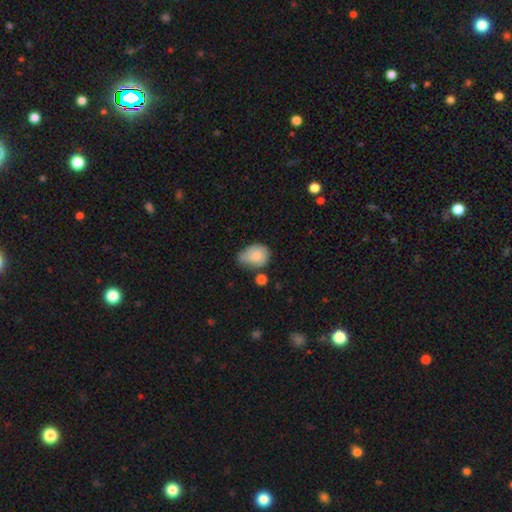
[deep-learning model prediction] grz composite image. It shows a smooth galaxy with no disk features (80%) that is in between round and cigar-shaped (64%). Merging: minor disturbance (42%).